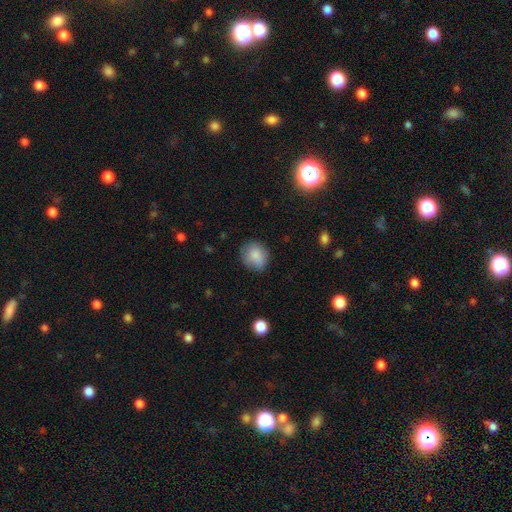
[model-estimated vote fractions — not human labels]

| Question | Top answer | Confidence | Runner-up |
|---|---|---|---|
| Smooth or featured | smooth | 85% | star or artifact (8%) |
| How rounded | round | 69% | in between (30%) |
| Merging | none | 75% | minor disturbance (19%) |